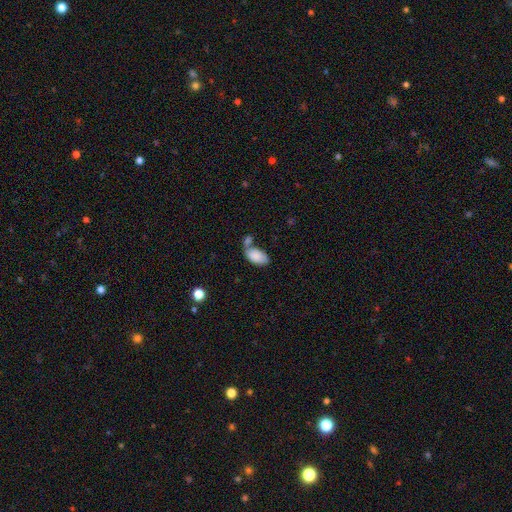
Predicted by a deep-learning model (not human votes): Overall: smooth (85%). How rounded: in between (95%). Merging: merger (39%; none 38%).